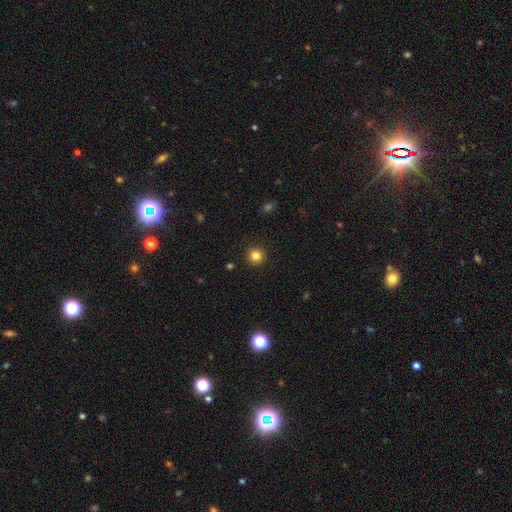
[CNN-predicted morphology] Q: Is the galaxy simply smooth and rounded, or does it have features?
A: smooth — 83%.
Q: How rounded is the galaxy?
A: round — 95%.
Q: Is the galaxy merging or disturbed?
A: none — 92%.